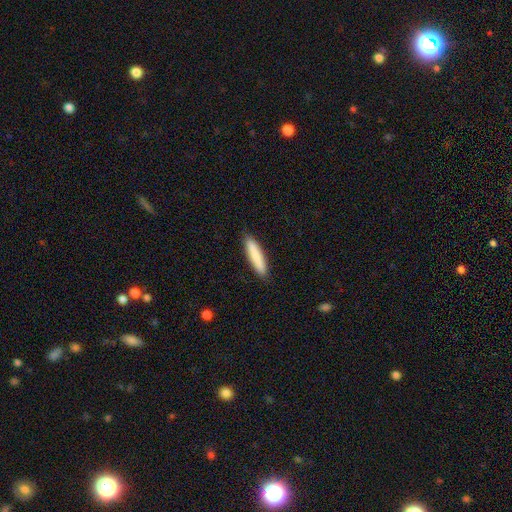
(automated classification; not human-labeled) A smooth galaxy with no disk features (83%) that is cigar-shaped (88%). Merging: none (89%).